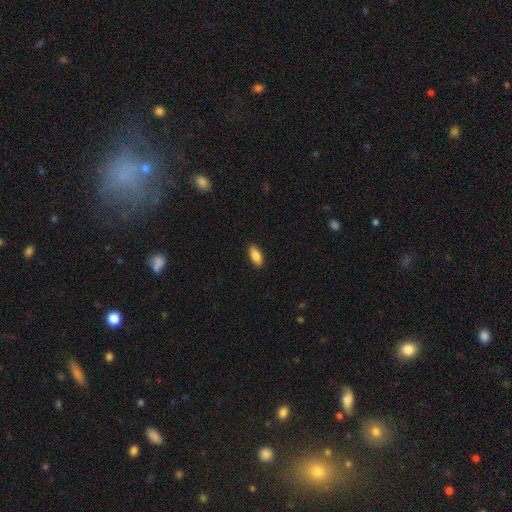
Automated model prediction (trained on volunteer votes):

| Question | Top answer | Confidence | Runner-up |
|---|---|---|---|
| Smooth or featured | smooth | 85% | featured or disk (8%) |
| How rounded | in between | 88% | cigar-shaped (10%) |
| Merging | none | 90% | minor disturbance (8%) |